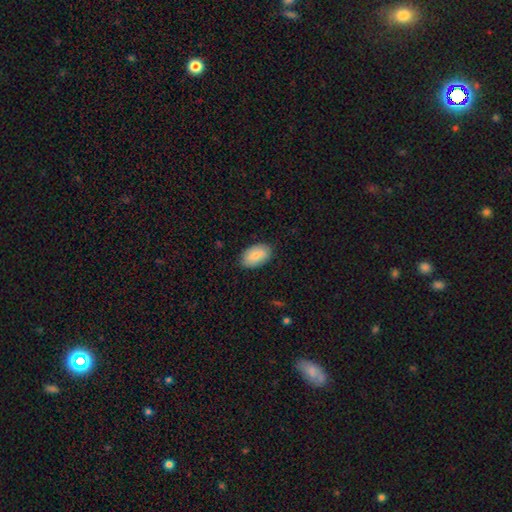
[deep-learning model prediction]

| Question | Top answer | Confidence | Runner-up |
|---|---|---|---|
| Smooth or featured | smooth | 83% | featured or disk (10%) |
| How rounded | in between | 94% | round (4%) |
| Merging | none | 85% | minor disturbance (11%) |